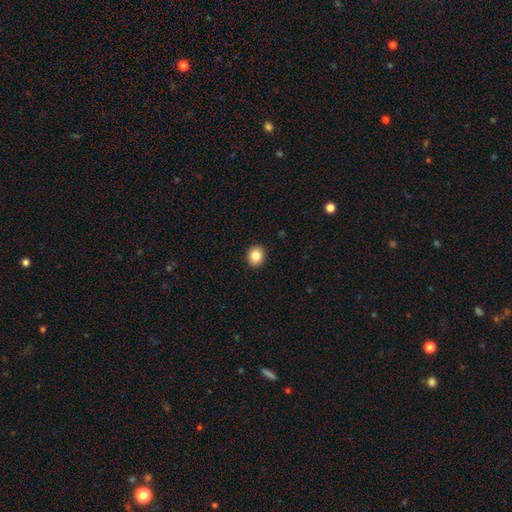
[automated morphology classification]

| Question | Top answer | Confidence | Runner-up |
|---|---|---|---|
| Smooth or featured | smooth | 85% | star or artifact (10%) |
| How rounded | round | 78% | in between (21%) |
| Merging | none | 92% | minor disturbance (5%) |